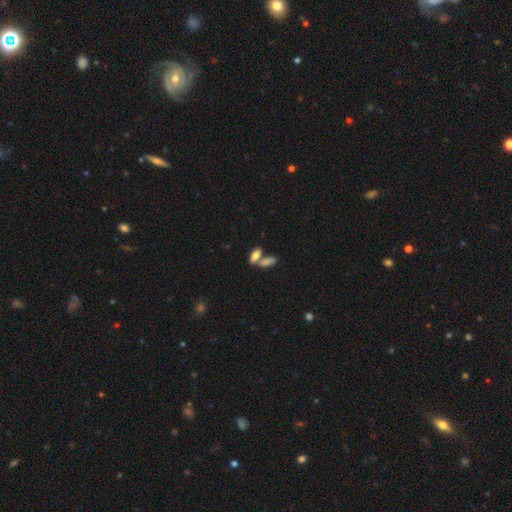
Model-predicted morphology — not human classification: This is likely a smooth galaxy (78%). How rounded: clearly in between (82%). Merging: marginally merger (45%).